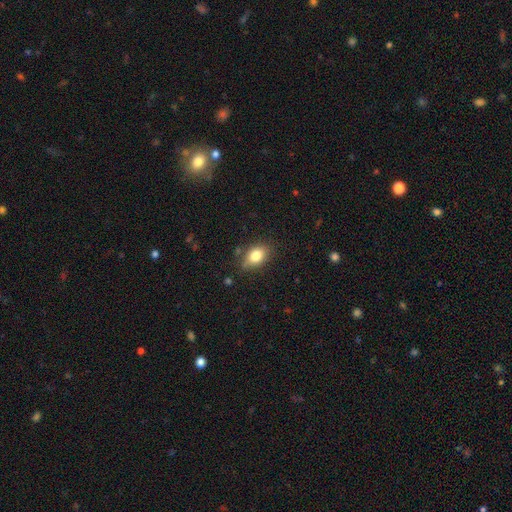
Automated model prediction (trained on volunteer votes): Smooth or featured? smooth (82%)
How rounded? in between (79%)
Merging? none (77%)